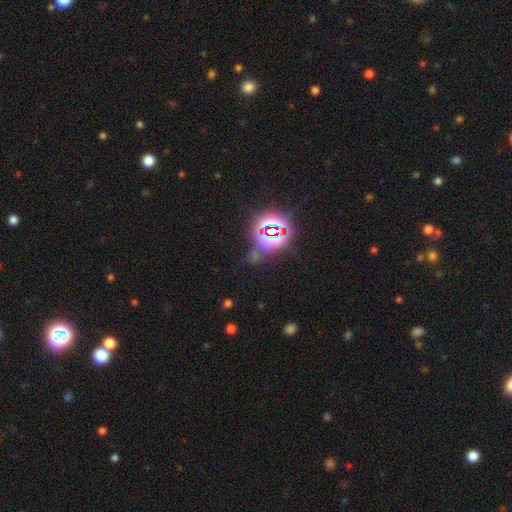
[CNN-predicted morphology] This is likely a star or artifact rather than a galaxy (78%).